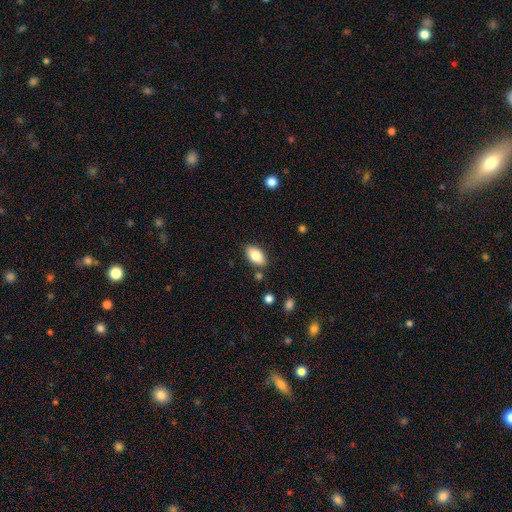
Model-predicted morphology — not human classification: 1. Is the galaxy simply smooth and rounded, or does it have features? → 82% smooth, 10% featured or disk, 7% star or artifact.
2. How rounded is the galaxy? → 93% in between, 4% round, 3% cigar-shaped.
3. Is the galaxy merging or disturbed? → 85% none, 10% minor disturbance, 3% merger, 2% major disturbance.